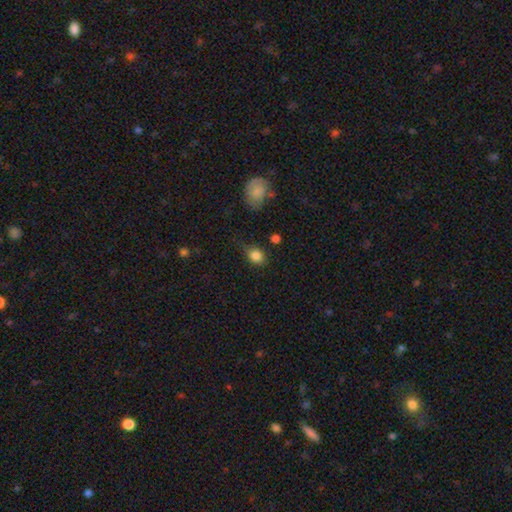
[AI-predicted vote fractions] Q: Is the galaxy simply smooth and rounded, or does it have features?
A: smooth — 85%.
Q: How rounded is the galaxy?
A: round — 51%.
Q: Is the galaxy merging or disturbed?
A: none — 61%.